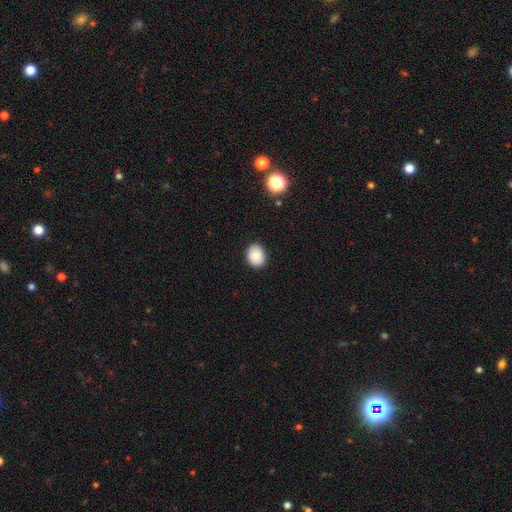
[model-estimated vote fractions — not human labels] Smooth or featured?
  - smooth: 87% *
  - star or artifact: 9%
  - featured or disk: 4%
How rounded?
  - in between: 51% *
  - round: 48%
  - cigar-shaped: 1%
Merging?
  - none: 88% *
  - minor disturbance: 9%
  - major disturbance: 2%
  - merger: 1%